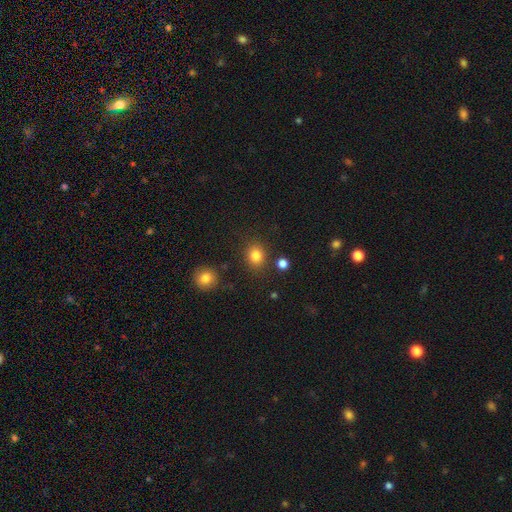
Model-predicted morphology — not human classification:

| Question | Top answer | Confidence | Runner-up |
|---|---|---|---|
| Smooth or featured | smooth | 83% | star or artifact (12%) |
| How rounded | round | 69% | in between (30%) |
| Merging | none | 83% | minor disturbance (9%) |